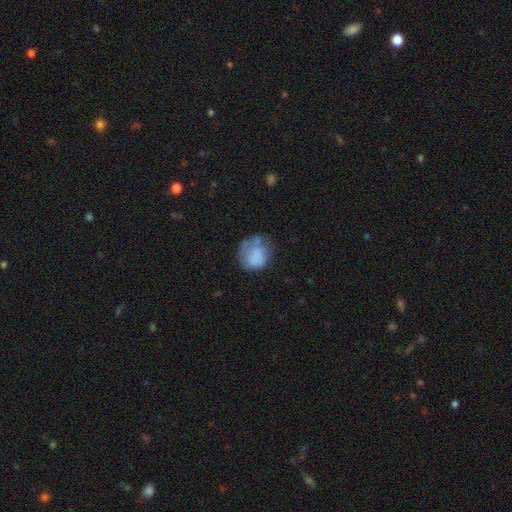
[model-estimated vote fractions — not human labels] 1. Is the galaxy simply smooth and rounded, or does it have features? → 68% smooth, 23% featured or disk, 9% star or artifact.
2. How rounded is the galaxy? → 76% round, 23% in between, 1% cigar-shaped.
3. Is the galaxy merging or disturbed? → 44% none, 29% minor disturbance, 21% major disturbance, 6% merger.